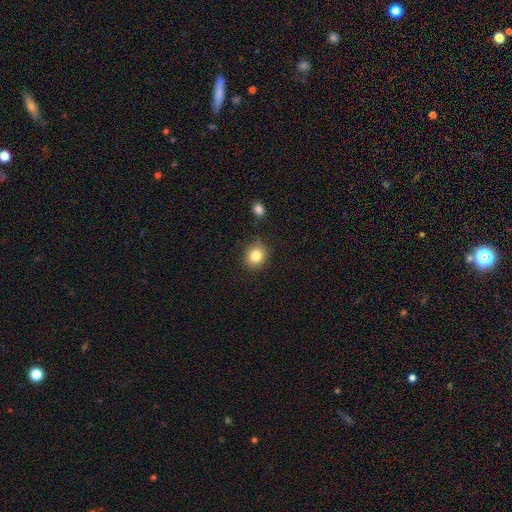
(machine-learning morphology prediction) Smooth or featured? smooth (83%)
How rounded? round (70%)
Merging? none (83%)